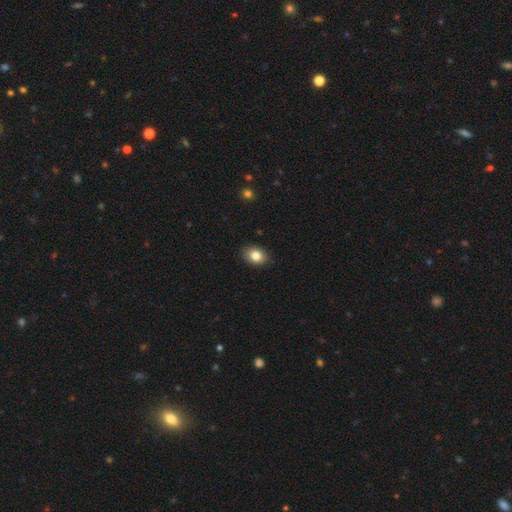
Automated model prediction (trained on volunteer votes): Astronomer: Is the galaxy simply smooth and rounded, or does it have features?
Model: smooth — 83%.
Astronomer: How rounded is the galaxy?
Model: in between — 72%.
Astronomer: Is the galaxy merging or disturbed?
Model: none — 88%.